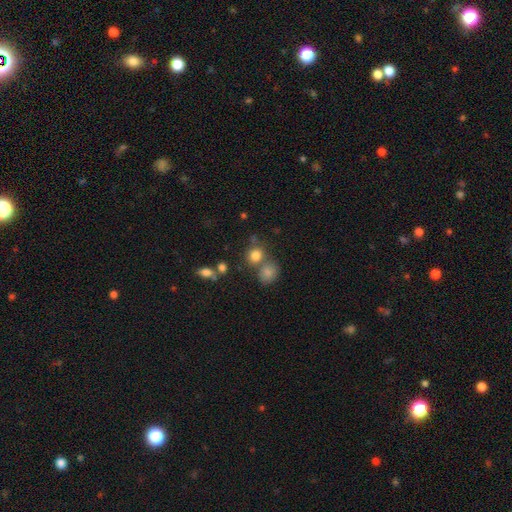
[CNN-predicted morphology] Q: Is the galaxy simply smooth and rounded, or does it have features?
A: smooth — 79%.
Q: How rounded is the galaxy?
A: round — 79%.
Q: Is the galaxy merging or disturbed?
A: none — 57%.